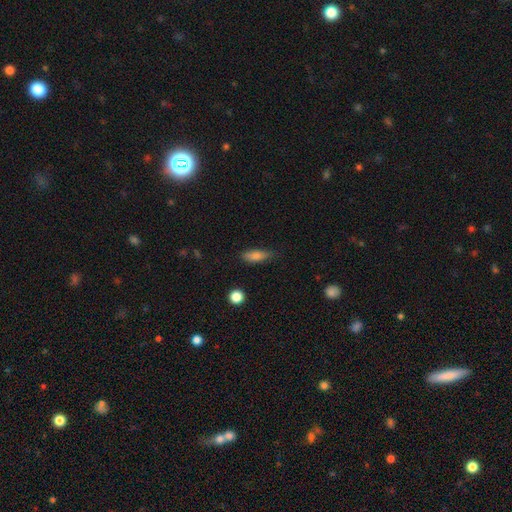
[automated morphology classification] smooth-or-featured: smooth: 77% | featured or disk: 14% | star or artifact: 9%
  how-rounded: in between: 60% | cigar-shaped: 36% | round: 4%
  merging: none: 75% | minor disturbance: 20% | major disturbance: 4% | merger: 1%